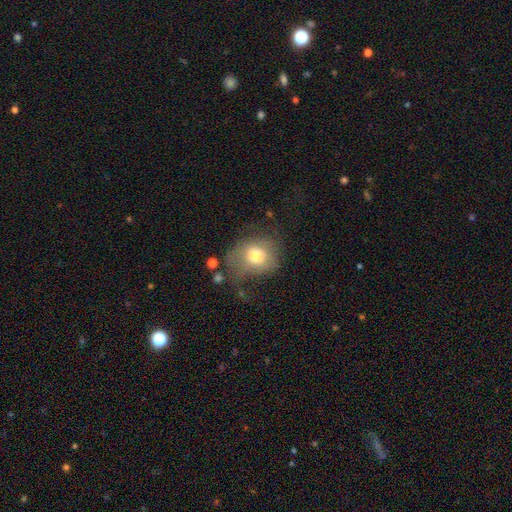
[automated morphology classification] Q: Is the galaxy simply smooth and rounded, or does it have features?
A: smooth — 71%.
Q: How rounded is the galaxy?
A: round — 63%.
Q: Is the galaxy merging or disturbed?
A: none — 40%.